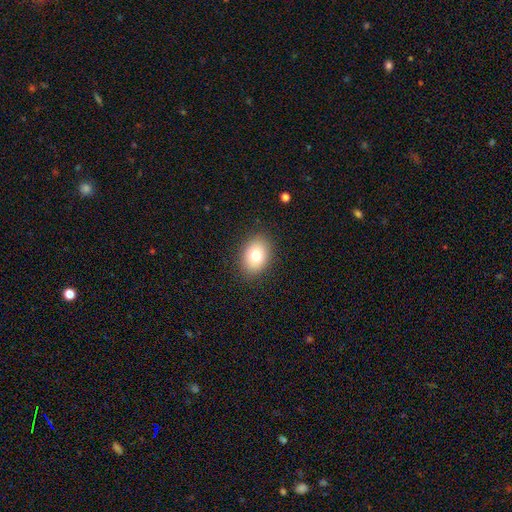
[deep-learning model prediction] Smooth or featured?
  - smooth: 77% *
  - featured or disk: 13%
  - star or artifact: 10%
How rounded?
  - in between: 67% *
  - round: 32%
  - cigar-shaped: 1%
Merging?
  - none: 88% *
  - minor disturbance: 9%
  - major disturbance: 3%
  - merger: 1%